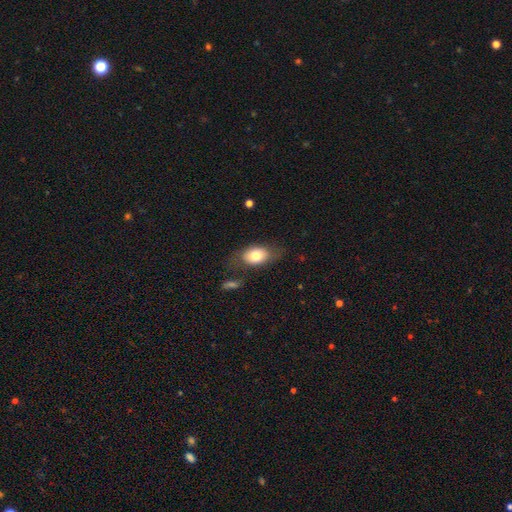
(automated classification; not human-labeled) A smooth galaxy with no disk features (75%) that is in between round and cigar-shaped (84%).

Vote fractions:
- Smooth or featured? smooth: 75% / featured or disk: 18% / star or artifact: 7%
- How rounded? in between: 84% / round: 14% / cigar-shaped: 3%
- Merging? none: 65% / minor disturbance: 20% / major disturbance: 10% / merger: 5%